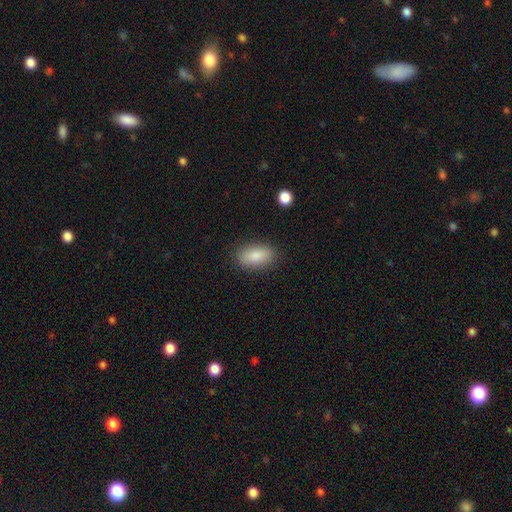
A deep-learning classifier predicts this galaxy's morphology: smooth 85%, featured or disk 8%, star or artifact 7%. Down the decision tree: how rounded — in between (90%); merging — none (86%).